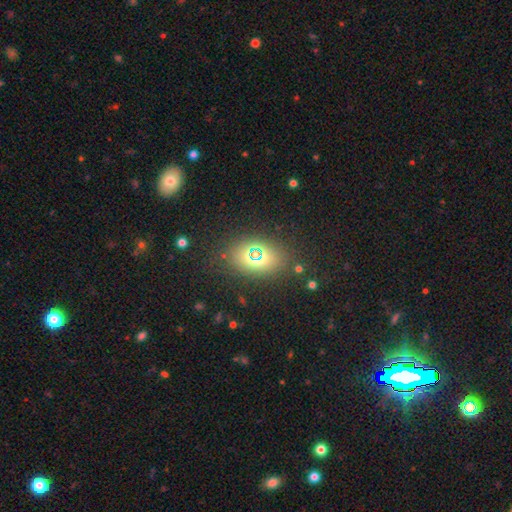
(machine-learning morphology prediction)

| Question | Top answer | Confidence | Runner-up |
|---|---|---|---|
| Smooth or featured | smooth | 48% | star or artifact (40%) |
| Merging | none | 78% | minor disturbance (12%) |